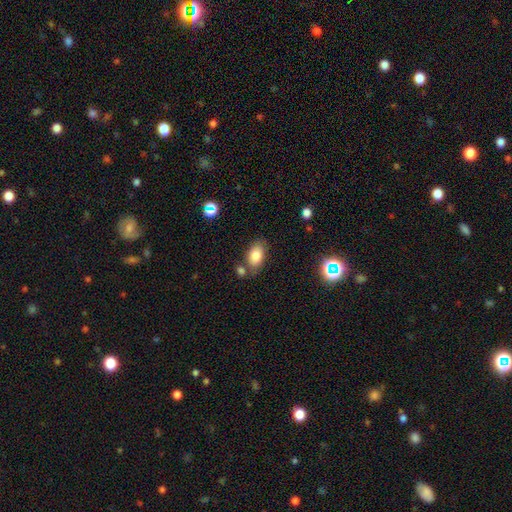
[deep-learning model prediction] Q: Smooth or featured?
A: smooth (80%); runner-up: featured or disk (10%)
Q: How rounded?
A: in between (90%); runner-up: round (8%)
Q: Merging?
A: none (68%); runner-up: minor disturbance (15%)